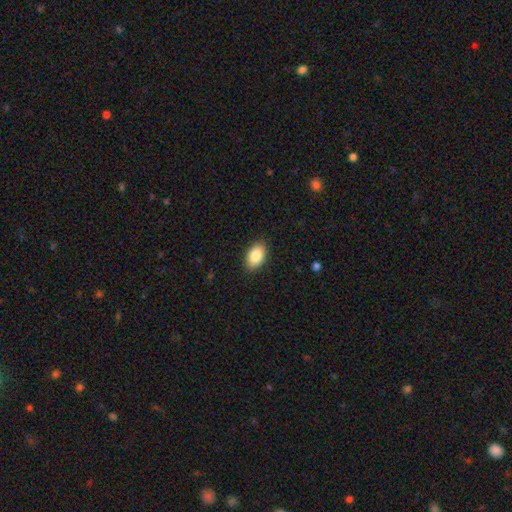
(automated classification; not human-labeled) smooth 86%, featured or disk 7%, star or artifact 7%. Down the decision tree: how rounded — in between (91%); merging — none (89%).